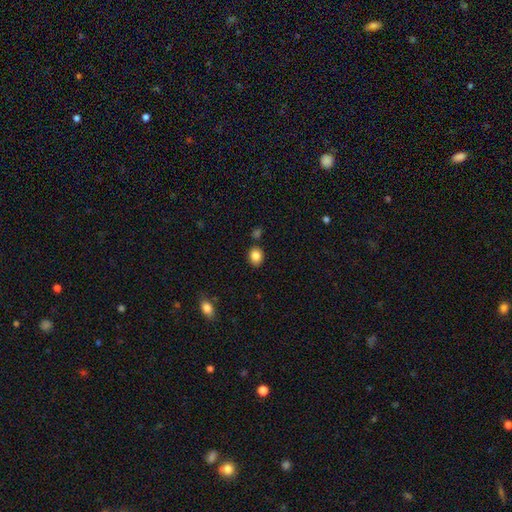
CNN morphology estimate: This appears to be a smooth galaxy with no disk features (84%) that is in between round and cigar-shaped (50%). Merging: none (82%).